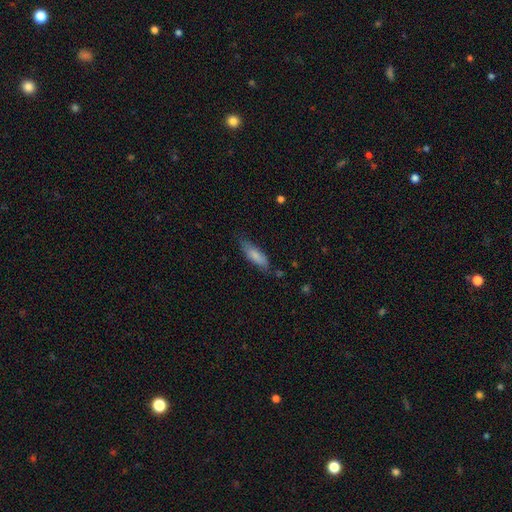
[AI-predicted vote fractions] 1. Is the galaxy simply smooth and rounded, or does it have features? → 79% smooth, 15% featured or disk, 6% star or artifact.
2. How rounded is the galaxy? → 50% in between, 49% cigar-shaped, 2% round.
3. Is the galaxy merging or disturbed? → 70% none, 23% minor disturbance, 5% major disturbance, 2% merger.